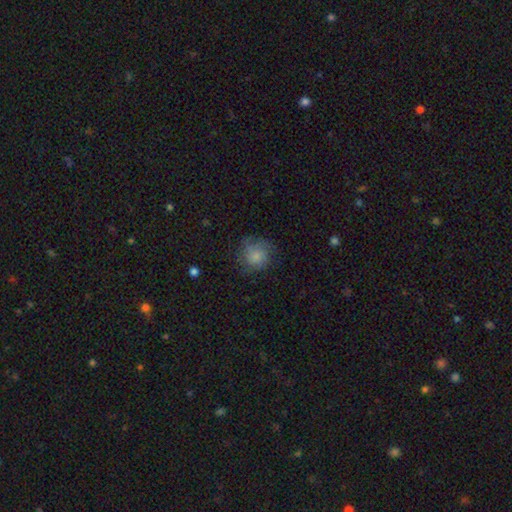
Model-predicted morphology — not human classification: Smooth or featured? smooth (70%)
How rounded? round (85%)
Merging? none (67%)